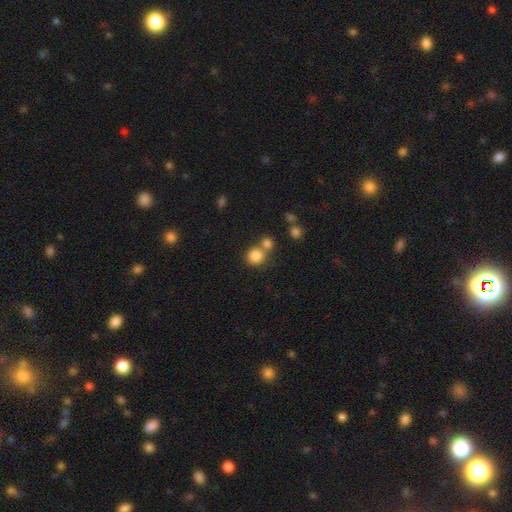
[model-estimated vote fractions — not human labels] A smooth galaxy with no disk features (82%) that is round (86%).

Vote fractions:
- Smooth or featured? smooth: 82% / star or artifact: 11% / featured or disk: 6%
- How rounded? round: 86% / in between: 13% / cigar-shaped: 1%
- Merging? none: 55% / merger: 34% / minor disturbance: 8% / major disturbance: 3%